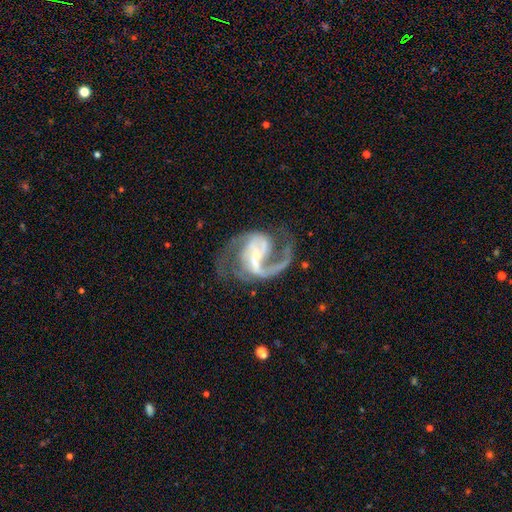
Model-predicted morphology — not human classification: Smooth or featured? Predicted: featured or disk (p=0.91). Edge-on disk? Predicted: no (p=0.98). Bar? Predicted: weak (p=0.43). Spiral arms? Predicted: yes (p=0.97). Spiral winding? Predicted: medium (p=0.54). Spiral arm count? Predicted: 2 (p=0.69). Bulge size? Predicted: small (p=0.56). Merging? Predicted: none (p=0.53).